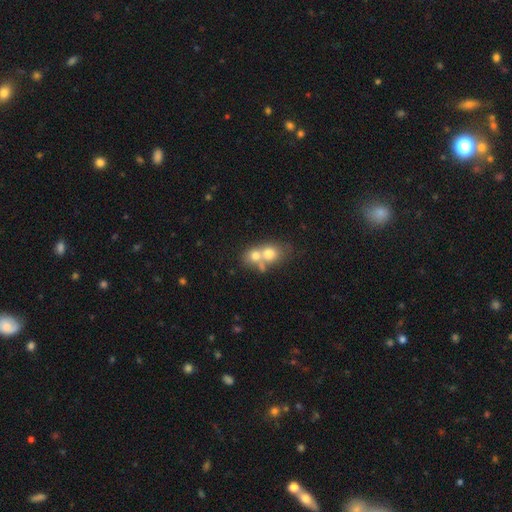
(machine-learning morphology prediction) Overall: smooth (68%). How rounded: round (61%; in between 38%). Merging: merger (70%).